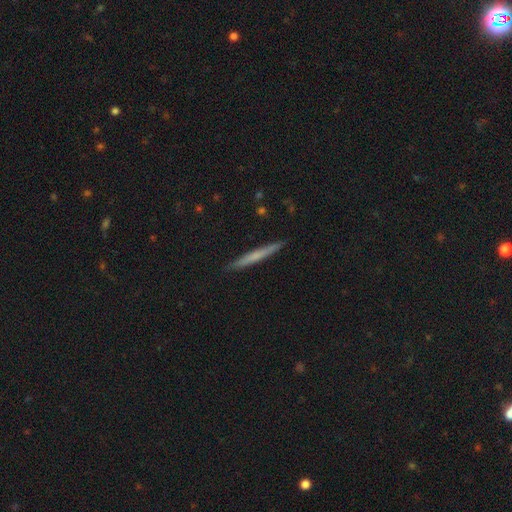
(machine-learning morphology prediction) type=smooth (52%); roundness=cigar-shaped (96%); merging=none (91%).